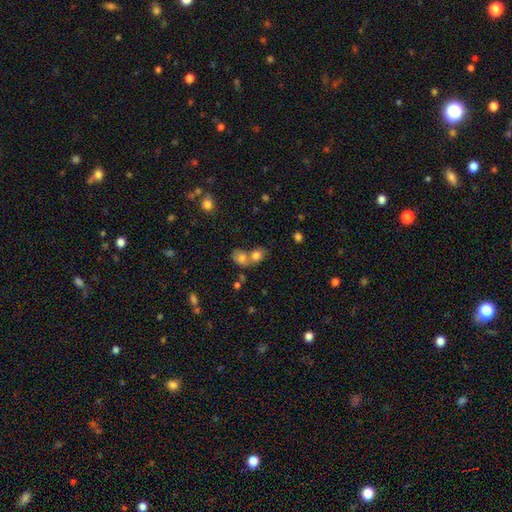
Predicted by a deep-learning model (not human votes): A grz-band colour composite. It shows a smooth galaxy with no disk features (76%) that is in between round and cigar-shaped (54%). Merging: merger (64%).